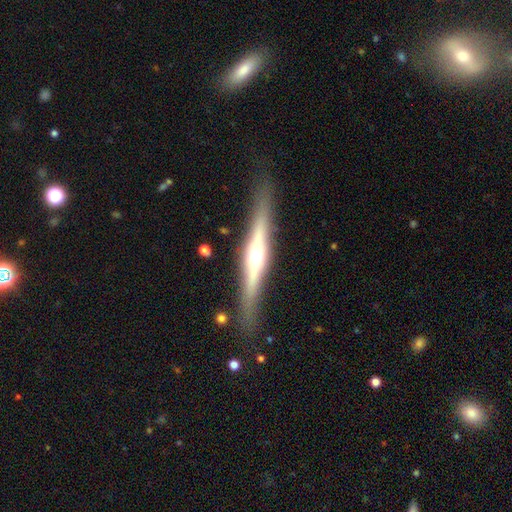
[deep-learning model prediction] This is likely a featured or disk galaxy (72%). It is clearly viewed edge-on (96%). Edge-on bulge: clearly rounded (85%). Merging: clearly none (86%).